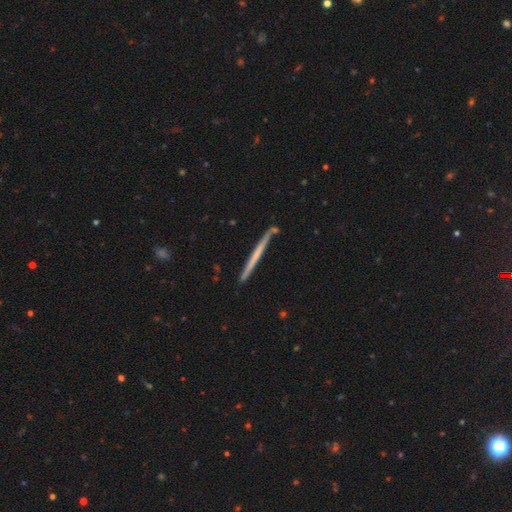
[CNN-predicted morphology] smooth_or_featured: featured or disk (p=0.53) [alt: smooth p=0.41]
disk_edge_on: yes (p=0.98) [alt: no p=0.02]
edge_on_bulge: none (p=0.87) [alt: rounded p=0.09]
merging: none (p=0.87) [alt: minor disturbance p=0.08]